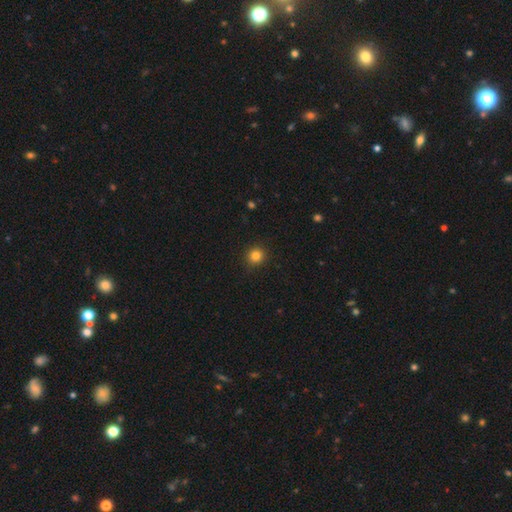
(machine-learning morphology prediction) This appears to be a smooth galaxy with no disk features (83%) that is round (92%). Merging: none (91%).